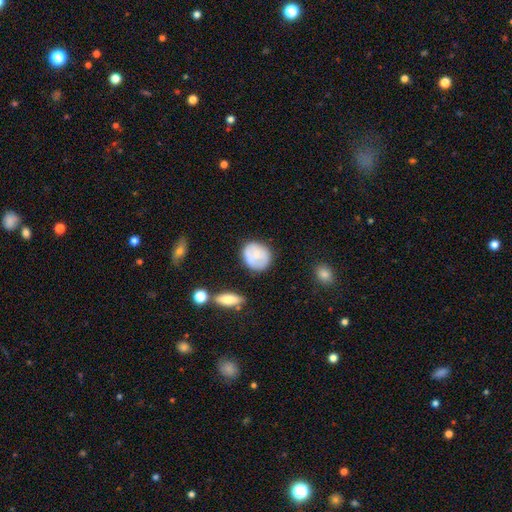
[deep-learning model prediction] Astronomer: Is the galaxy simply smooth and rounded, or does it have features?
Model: smooth — 65%.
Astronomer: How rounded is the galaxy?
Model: round — 67%.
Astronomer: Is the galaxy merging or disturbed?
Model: none — 70%.